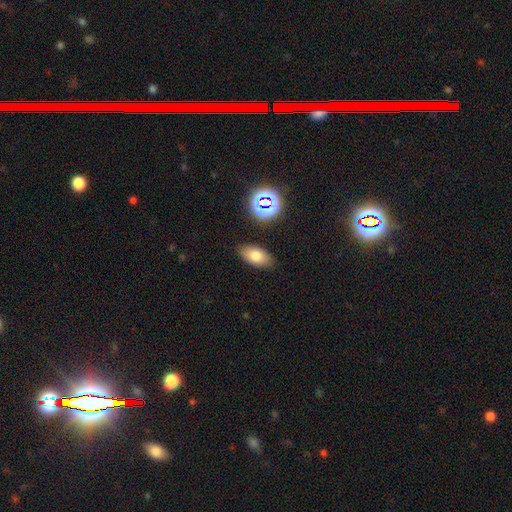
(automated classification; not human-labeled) smooth-or-featured: smooth: 75% | featured or disk: 13% | star or artifact: 12%
  how-rounded: in between: 90% | round: 6% | cigar-shaped: 4%
  merging: none: 85% | minor disturbance: 10% | major disturbance: 3% | merger: 2%